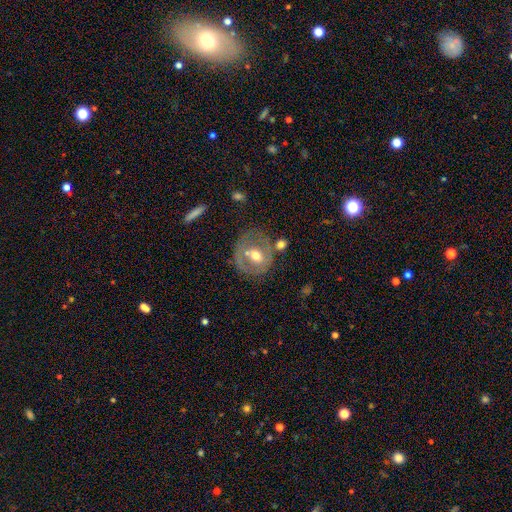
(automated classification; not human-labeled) smooth_or_featured: featured or disk (p=0.52) [alt: smooth p=0.41]
disk_edge_on: no (p=0.94) [alt: yes p=0.06]
merging: none (p=0.58) [alt: minor disturbance p=0.20]